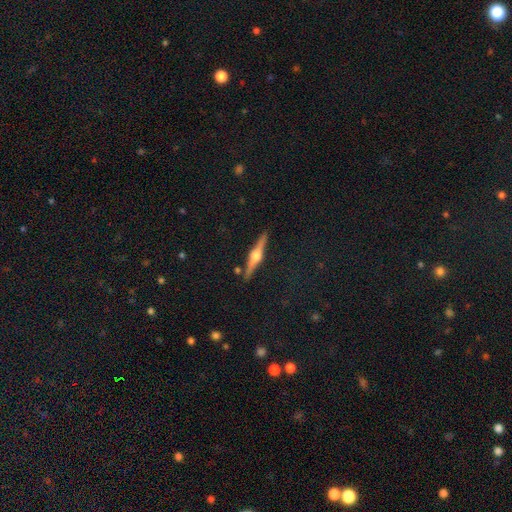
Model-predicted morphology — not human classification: Smooth or featured? featured or disk (82%)
Edge-on disk? yes (98%)
Edge-on bulge? rounded (94%)
Merging? none (89%)